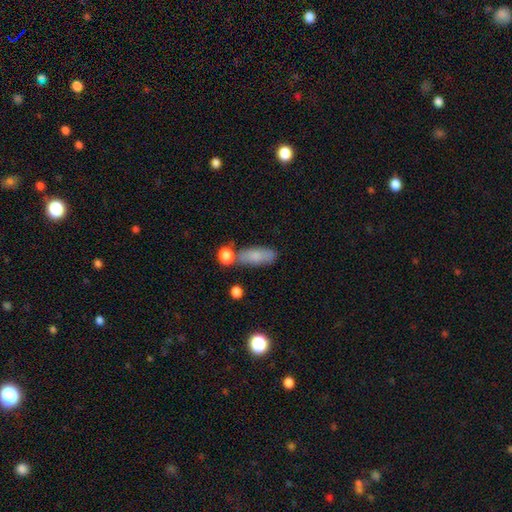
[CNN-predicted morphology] This is likely a smooth galaxy (78%). How rounded: likely in between (72%). Merging: likely none (61%).